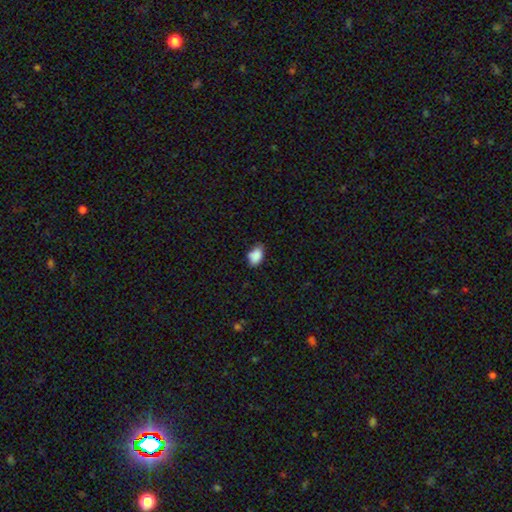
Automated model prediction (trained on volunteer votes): The model was most divided on "merging": none: 63%, minor disturbance: 30%, major disturbance: 5%, merger: 2%. More confident: smooth or featured — smooth (87%); how rounded — in between (86%).